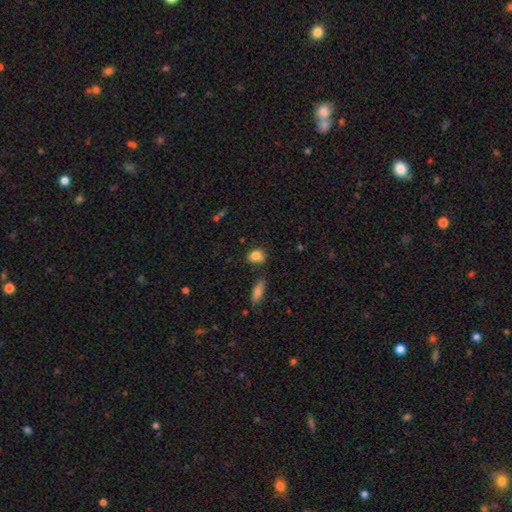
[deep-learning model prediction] This appears to be a smooth galaxy with no disk features (84%) that is in between round and cigar-shaped (56%). Merging: none (64%).